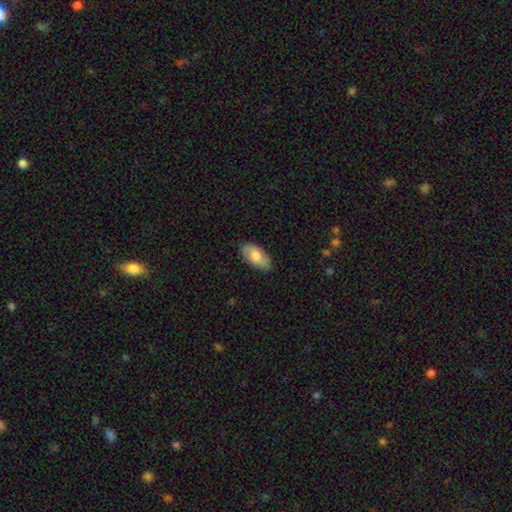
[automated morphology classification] This appears to be a smooth galaxy with no disk features (72%) that is in between round and cigar-shaped (93%). Merging: none (84%).